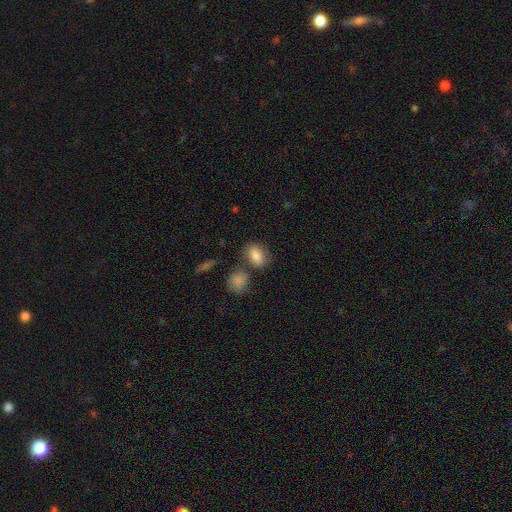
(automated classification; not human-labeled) This is clearly a smooth galaxy (83%). How rounded: likely in between (77%). Merging: likely none (66%).